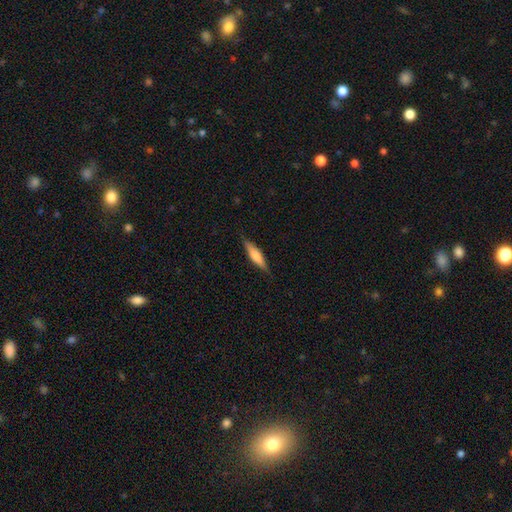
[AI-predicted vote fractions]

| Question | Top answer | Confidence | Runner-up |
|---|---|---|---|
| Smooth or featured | smooth | 61% | featured or disk (33%) |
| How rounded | cigar-shaped | 78% | in between (21%) |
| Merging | none | 86% | minor disturbance (11%) |